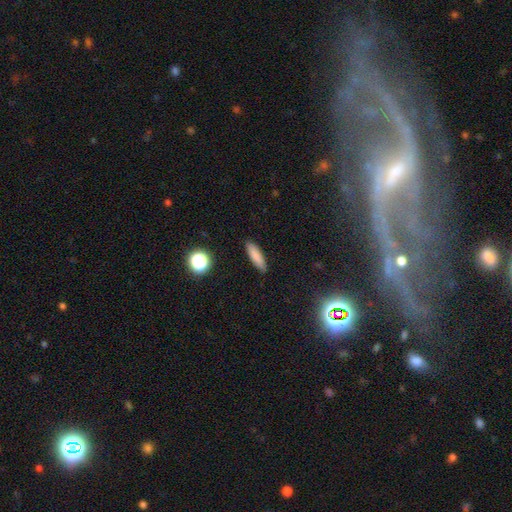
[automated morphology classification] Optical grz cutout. It shows a smooth galaxy with no disk features (83%) that is cigar-shaped (69%). Merging: none (88%).